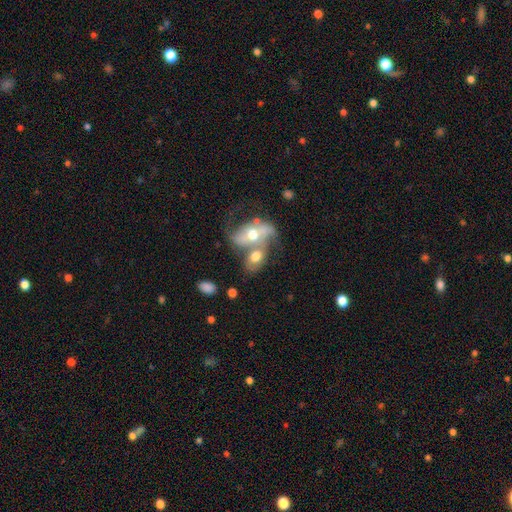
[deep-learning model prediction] Smooth or featured? featured or disk (59%)
Edge-on disk? no (92%)
Bar? no (60%)
Spiral arms? yes (69%)
Bulge size? moderate (68%)
Merging? merger (60%)